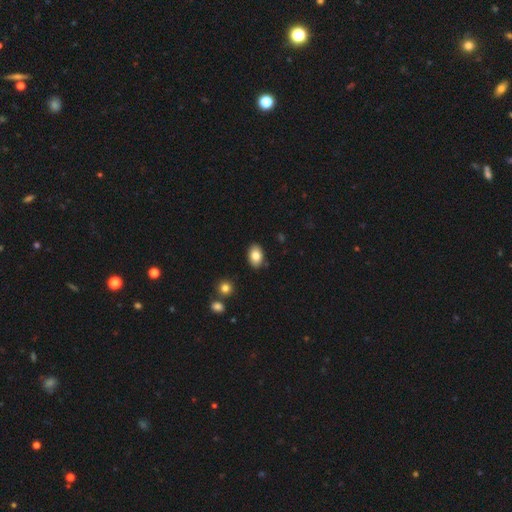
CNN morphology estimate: smooth_or_featured: smooth (p=0.83) [alt: featured or disk p=0.09]
how_rounded: in between (p=0.88) [alt: round p=0.11]
merging: none (p=0.87) [alt: minor disturbance p=0.09]